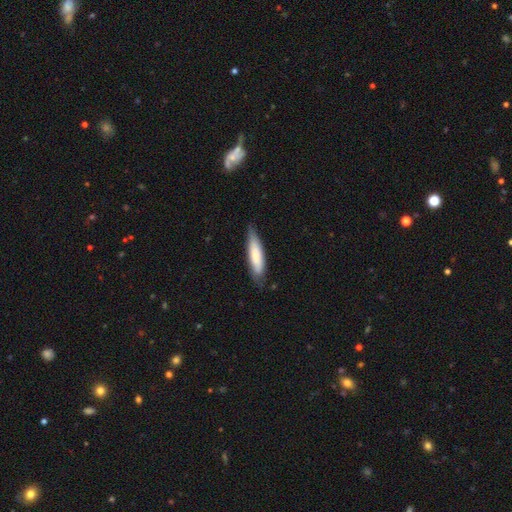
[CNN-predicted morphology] Smooth or featured? smooth (73%)
How rounded? cigar-shaped (69%)
Merging? none (74%)